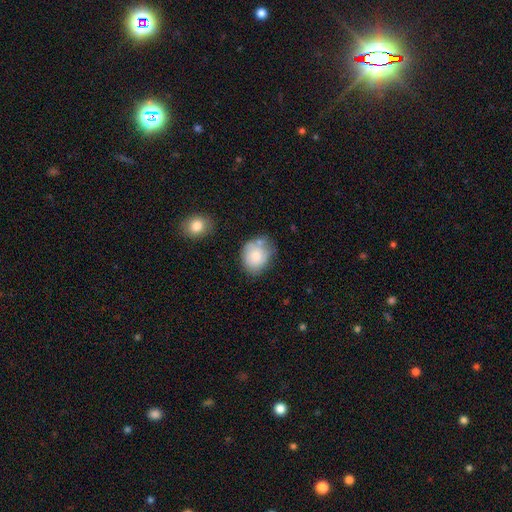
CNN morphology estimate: The model was most divided on "how rounded": round: 56%, in between: 43%, cigar-shaped: 1%. More confident: smooth or featured — smooth (68%); merging — none (54%).